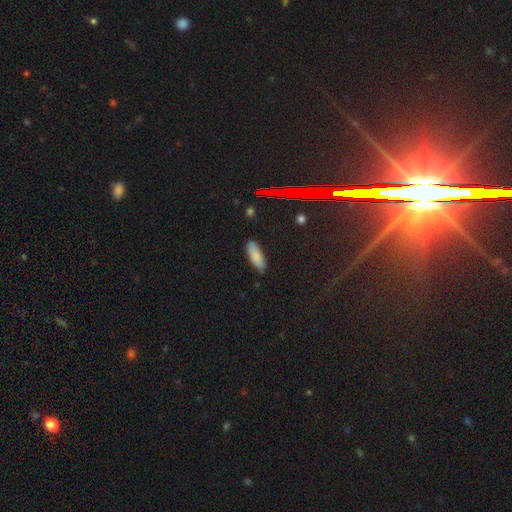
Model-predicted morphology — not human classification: Q: Smooth or featured?
A: smooth (84%); runner-up: star or artifact (9%)
Q: How rounded?
A: in between (65%); runner-up: cigar-shaped (33%)
Q: Merging?
A: none (84%); runner-up: minor disturbance (12%)